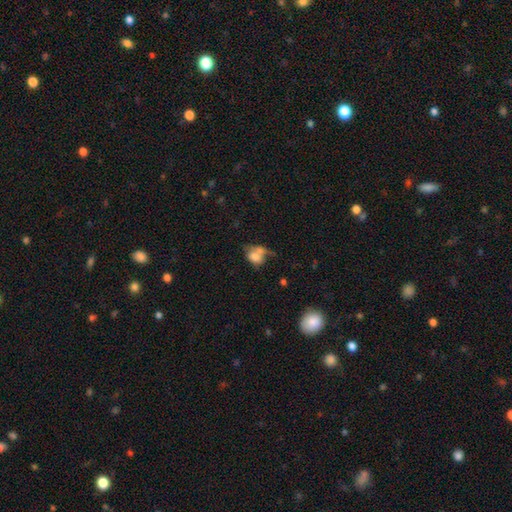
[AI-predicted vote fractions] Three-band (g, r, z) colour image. It shows a smooth galaxy with no disk features (70%) that is in between round and cigar-shaped (67%). Merging: merger (45%).